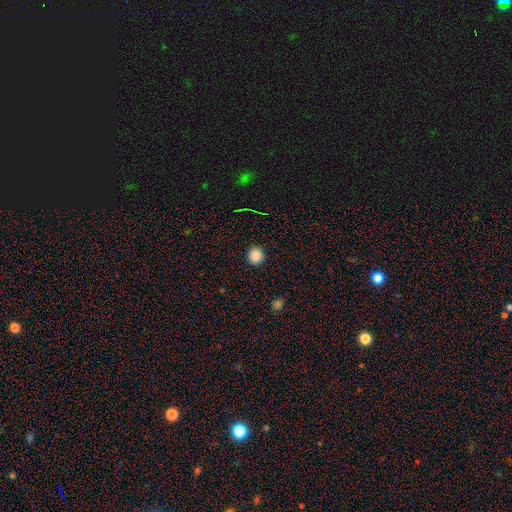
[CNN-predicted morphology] A smooth galaxy with no disk features (85%) that is round (88%).

Vote fractions:
- Smooth or featured? smooth: 85% / star or artifact: 11% / featured or disk: 4%
- How rounded? round: 88% / in between: 11% / cigar-shaped: 1%
- Merging? none: 91% / minor disturbance: 6% / major disturbance: 2% / merger: 1%